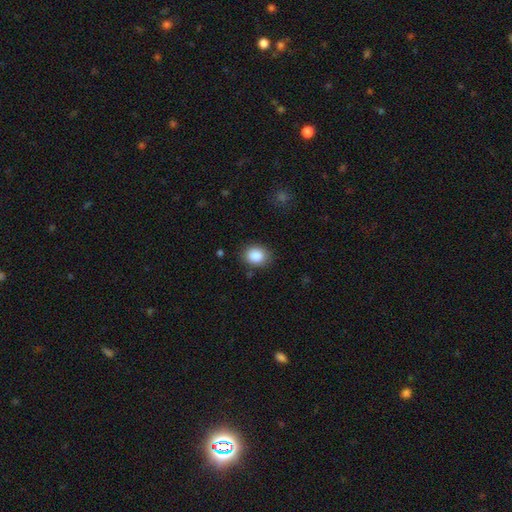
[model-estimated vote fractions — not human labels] Smooth or featured?
  - smooth: 87% *
  - star or artifact: 8%
  - featured or disk: 5%
How rounded?
  - round: 50% *
  - in between: 49%
  - cigar-shaped: 1%
Merging?
  - none: 83% *
  - minor disturbance: 12%
  - major disturbance: 3%
  - merger: 2%